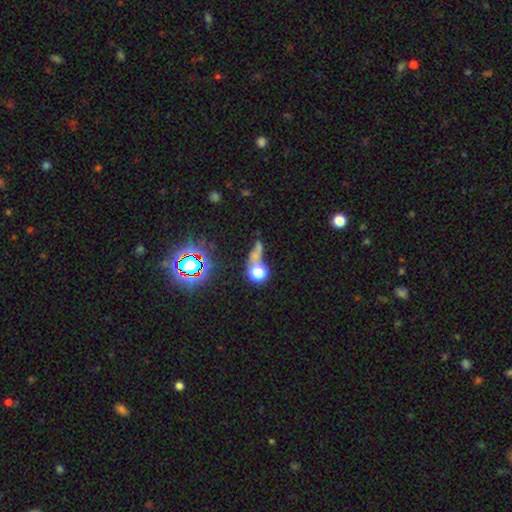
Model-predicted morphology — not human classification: Smooth or featured: smooth — 45% (star or artifact — 39%)
Merging: none — 42% (merger — 31%)